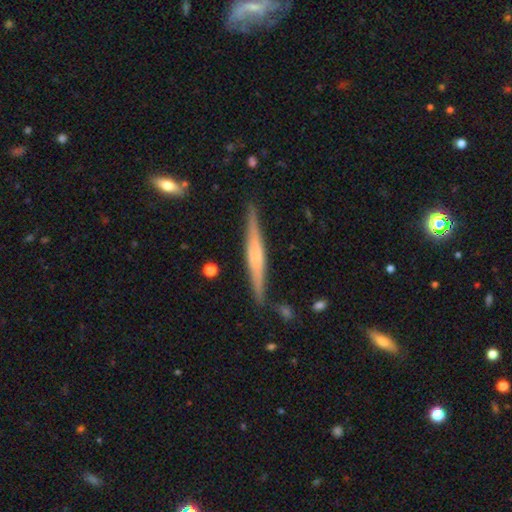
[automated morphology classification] Smooth or featured?
  - featured or disk: 66% *
  - smooth: 29%
  - star or artifact: 6%
Edge-on disk?
  - yes: 97% *
  - no: 3%
Edge-on bulge?
  - rounded: 41% *
  - none: 31%
  - boxy: 28%
Merging?
  - none: 86% *
  - minor disturbance: 10%
  - major disturbance: 2%
  - merger: 2%